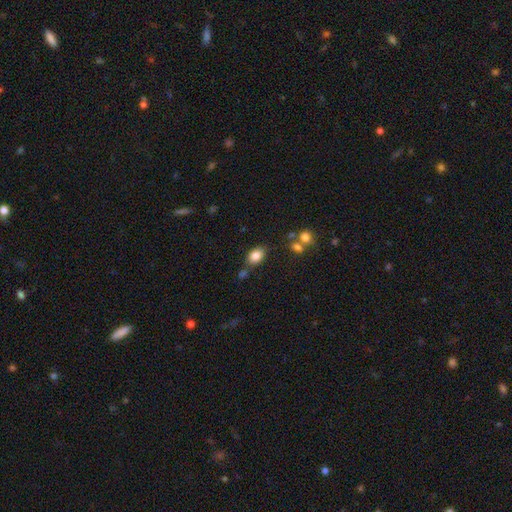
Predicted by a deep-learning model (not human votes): Smooth or featured? Predicted: smooth (p=0.84). How rounded? Predicted: in between (p=0.80). Merging? Predicted: none (p=0.71).